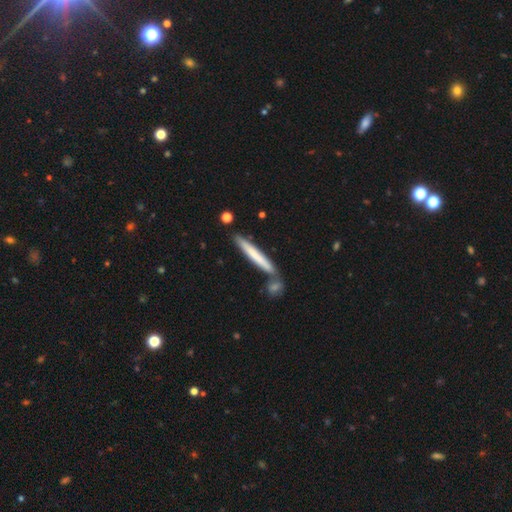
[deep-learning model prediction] This is likely a smooth galaxy (63%). How rounded: clearly cigar-shaped (95%). Merging: likely none (70%).